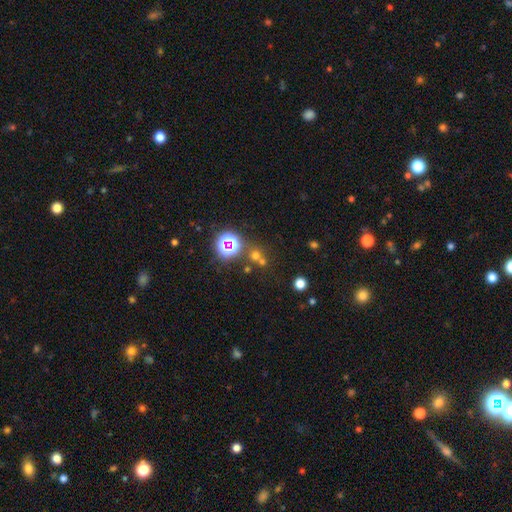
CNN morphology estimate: smooth_or_featured: smooth (p=0.51) [alt: star or artifact p=0.39]
how_rounded: round (p=0.88) [alt: in between p=0.11]
merging: none (p=0.59) [alt: merger p=0.30]